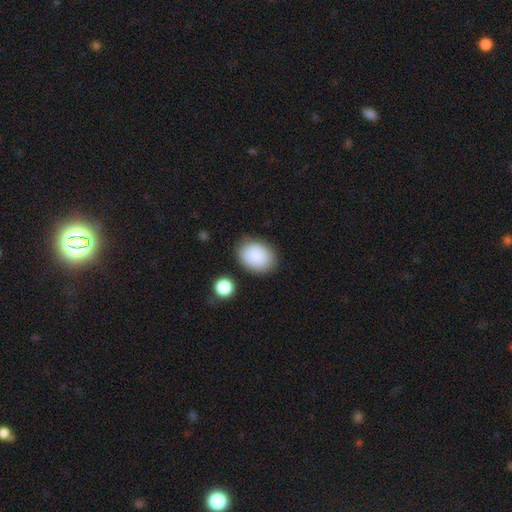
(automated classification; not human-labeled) Overall: smooth (88%). How rounded: in between (68%; round 31%). Merging: none (80%).